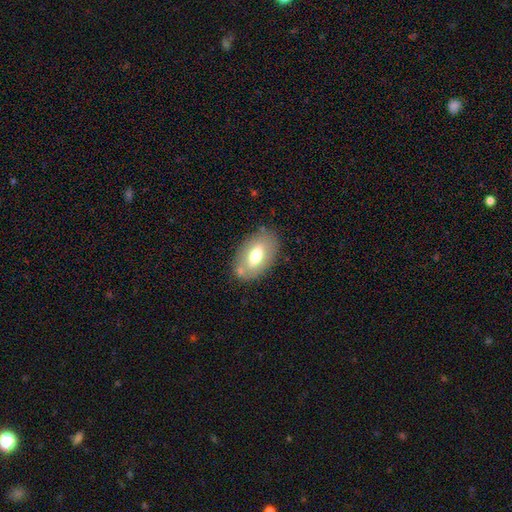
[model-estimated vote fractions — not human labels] Smooth or featured: smooth — 65% (featured or disk — 28%)
How rounded: in between — 92% (round — 6%)
Merging: none — 75% (minor disturbance — 15%)